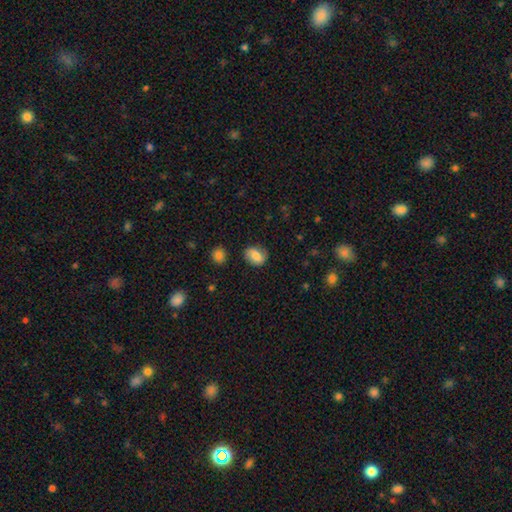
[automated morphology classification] smooth_or_featured: smooth (p=0.73) [alt: featured or disk p=0.19]
how_rounded: in between (p=0.65) [alt: round p=0.34]
merging: none (p=0.75) [alt: minor disturbance p=0.18]